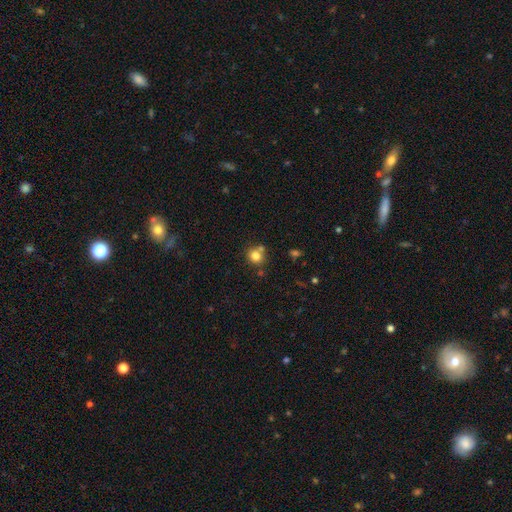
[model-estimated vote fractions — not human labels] smooth-or-featured: smooth: 81% | star or artifact: 12% | featured or disk: 7%
  how-rounded: round: 85% | in between: 14% | cigar-shaped: 1%
  merging: none: 67% | merger: 19% | minor disturbance: 11% | major disturbance: 3%